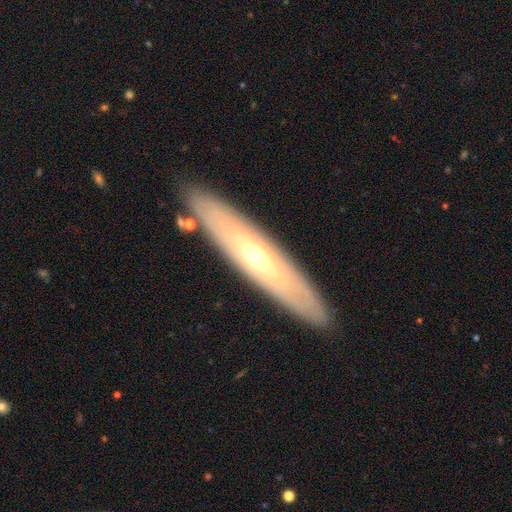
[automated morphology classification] Smooth or featured? Predicted: featured or disk (p=0.58). Edge-on disk? Predicted: yes (p=0.58). Merging? Predicted: none (p=0.88).